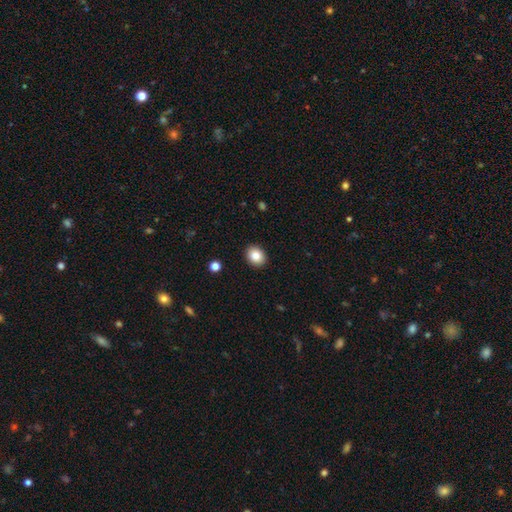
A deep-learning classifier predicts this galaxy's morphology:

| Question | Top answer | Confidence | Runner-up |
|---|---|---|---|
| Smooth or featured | smooth | 84% | star or artifact (9%) |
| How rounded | round | 57% | in between (42%) |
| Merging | none | 91% | minor disturbance (6%) |